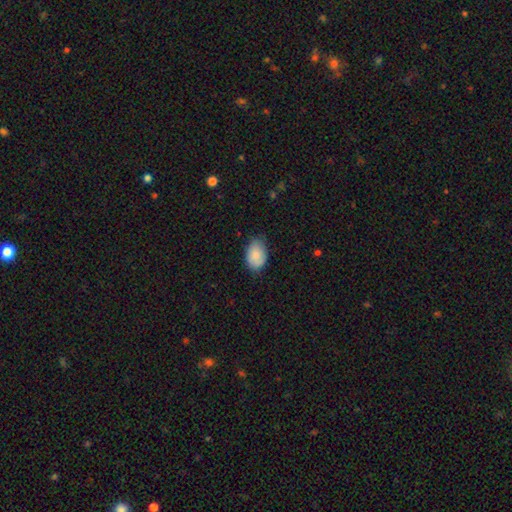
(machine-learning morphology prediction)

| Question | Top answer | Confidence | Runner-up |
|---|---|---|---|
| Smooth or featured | smooth | 87% | featured or disk (7%) |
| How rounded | in between | 88% | round (11%) |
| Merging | none | 70% | minor disturbance (25%) |